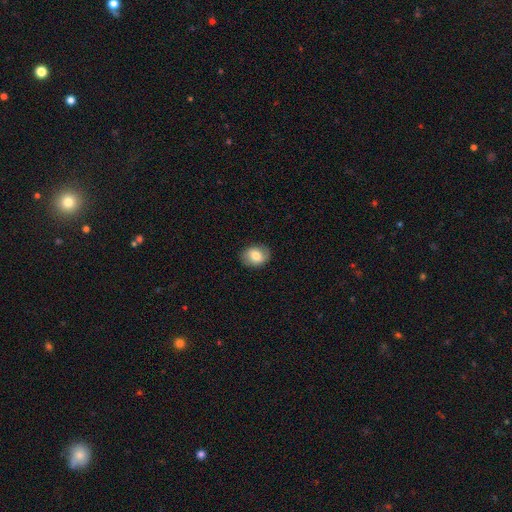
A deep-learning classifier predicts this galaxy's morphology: Smooth or featured? Predicted: smooth (p=0.70). How rounded? Predicted: in between (p=0.53). Merging? Predicted: none (p=0.83).